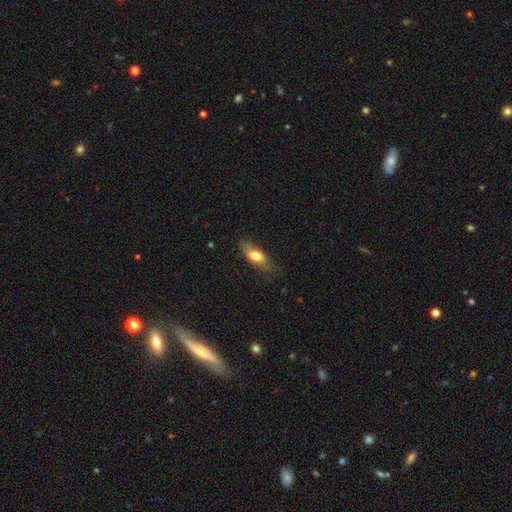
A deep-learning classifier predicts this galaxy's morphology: smooth 69%, featured or disk 24%, star or artifact 7%. Down the decision tree: how rounded — in between (68%); merging — none (73%).